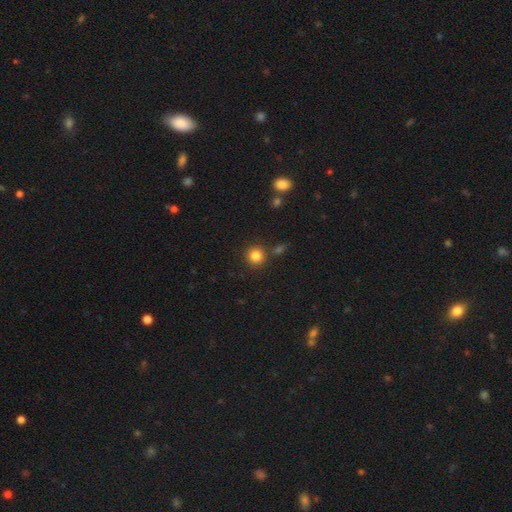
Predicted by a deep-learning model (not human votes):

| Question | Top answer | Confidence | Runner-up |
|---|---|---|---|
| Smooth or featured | smooth | 83% | star or artifact (12%) |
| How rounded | round | 92% | in between (7%) |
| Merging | none | 82% | minor disturbance (8%) |